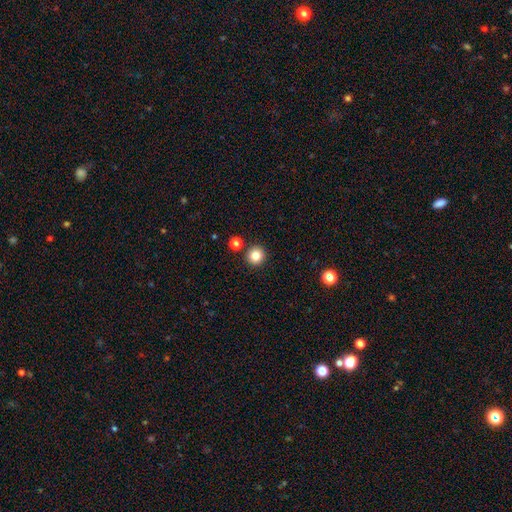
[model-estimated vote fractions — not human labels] This is clearly a smooth galaxy (83%). How rounded: clearly round (94%). Merging: clearly none (89%).